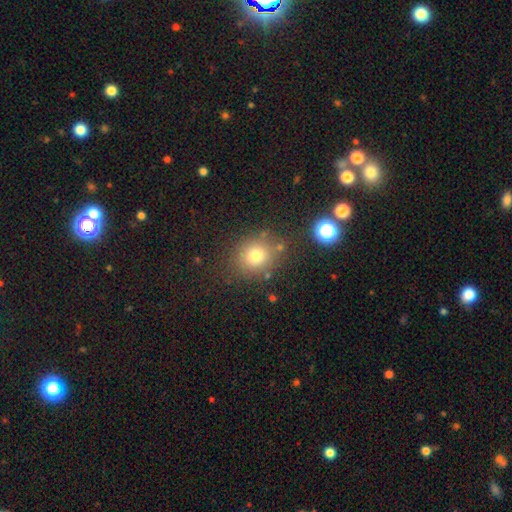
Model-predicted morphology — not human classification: Smooth or featured?
  - smooth: 76% *
  - star or artifact: 15%
  - featured or disk: 9%
How rounded?
  - round: 77% *
  - in between: 22%
  - cigar-shaped: 1%
Merging?
  - none: 78% *
  - minor disturbance: 12%
  - merger: 6%
  - major disturbance: 5%